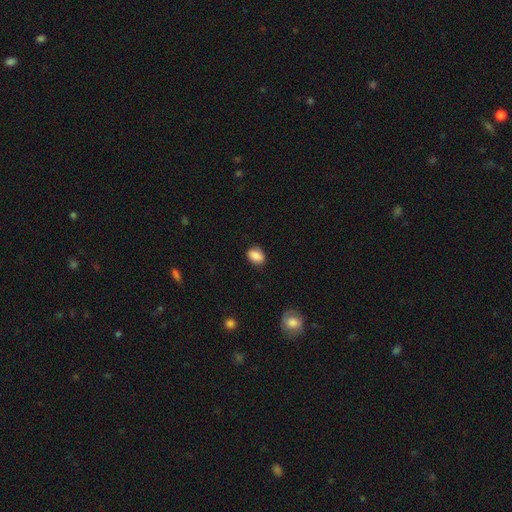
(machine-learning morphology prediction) Overall: smooth (85%). How rounded: in between (73%). Merging: none (81%).